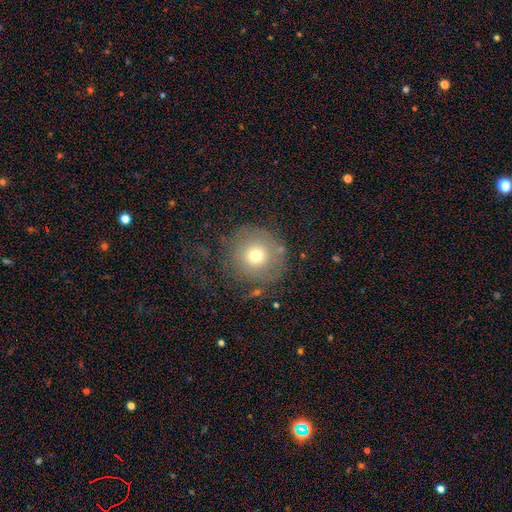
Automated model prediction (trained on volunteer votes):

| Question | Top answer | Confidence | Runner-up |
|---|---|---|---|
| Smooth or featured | smooth | 66% | featured or disk (21%) |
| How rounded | round | 94% | in between (5%) |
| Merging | none | 70% | minor disturbance (15%) |